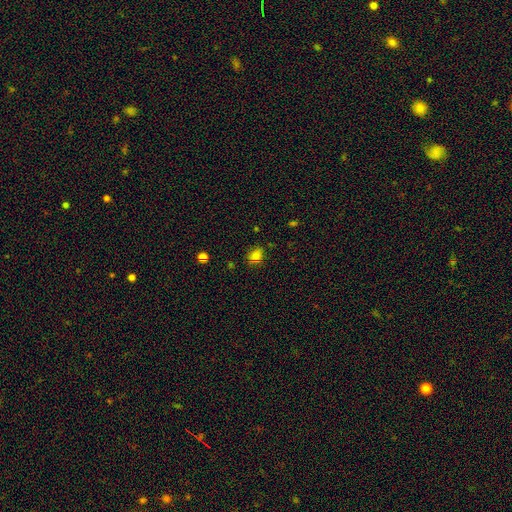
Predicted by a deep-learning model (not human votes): smooth-or-featured: smooth: 76% | star or artifact: 18% | featured or disk: 6%
  how-rounded: in between: 53% | round: 46% | cigar-shaped: 1%
  merging: none: 76% | minor disturbance: 17% | major disturbance: 5% | merger: 2%